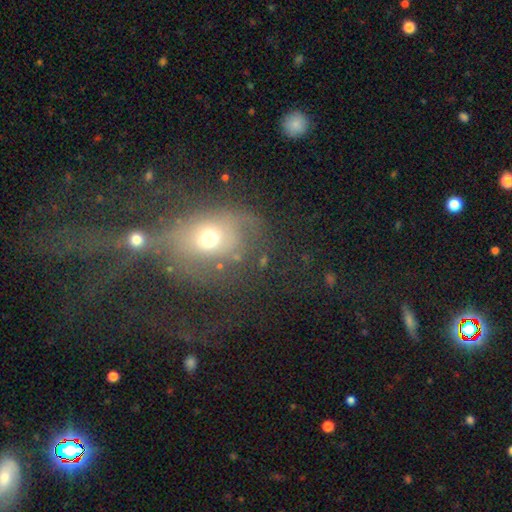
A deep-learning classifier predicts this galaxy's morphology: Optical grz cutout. It shows a featured or disk galaxy (42%). Merging: major disturbance (46%).